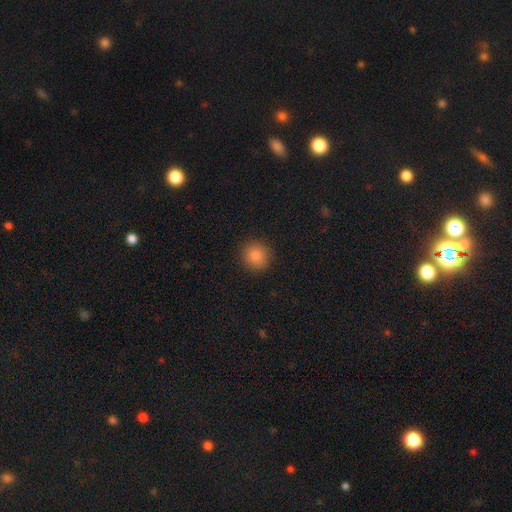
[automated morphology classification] Smooth or featured? smooth (85%)
How rounded? round (91%)
Merging? none (90%)